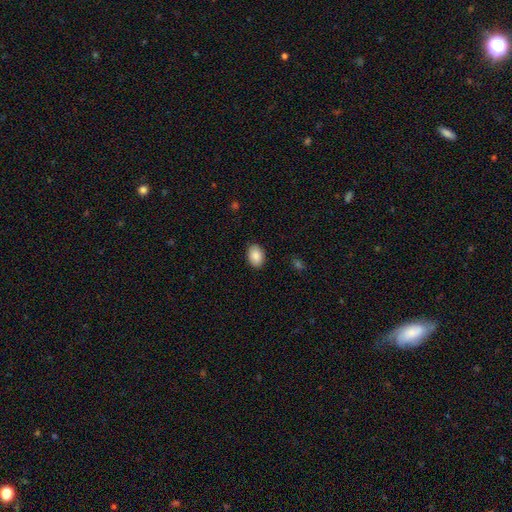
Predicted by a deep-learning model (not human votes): The model was most divided on "how rounded": in between: 81%, round: 18%, cigar-shaped: 1%. More confident: merging — none (89%); smooth or featured — smooth (89%).